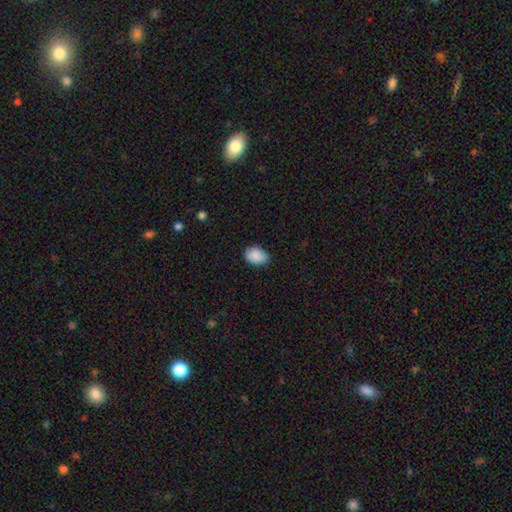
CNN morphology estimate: type=smooth (89%); roundness=in between (78%); merging=none (76%).